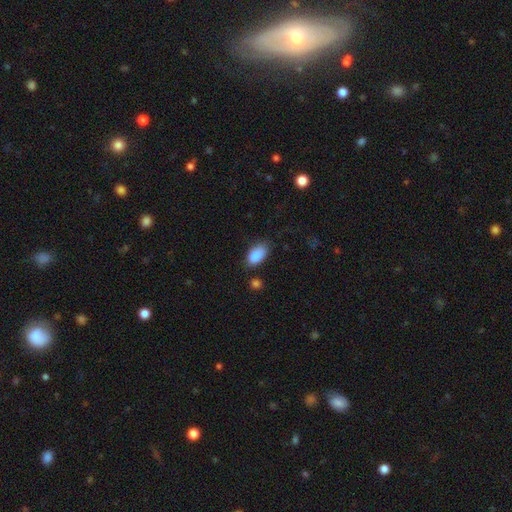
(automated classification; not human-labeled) This is clearly a smooth galaxy (87%). How rounded: clearly in between (93%). Merging: likely none (71%).